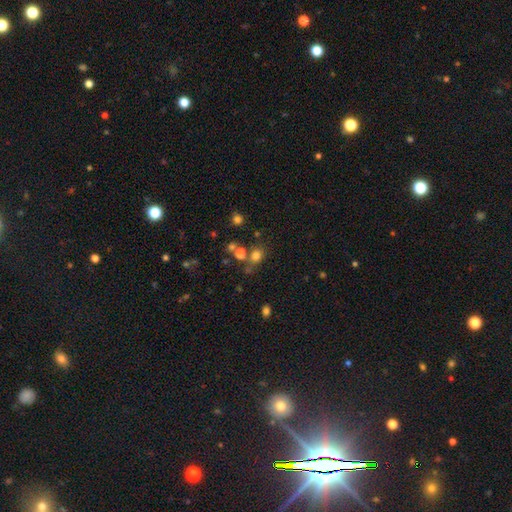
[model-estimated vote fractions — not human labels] smooth-or-featured: smooth: 73% | star or artifact: 19% | featured or disk: 8%
  how-rounded: round: 68% | in between: 31% | cigar-shaped: 1%
  merging: none: 62% | merger: 22% | minor disturbance: 11% | major disturbance: 5%